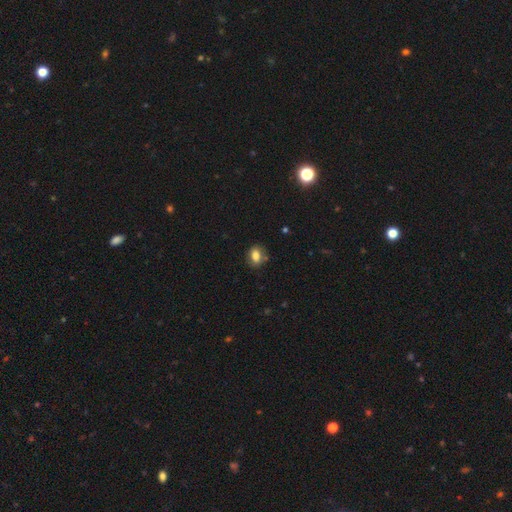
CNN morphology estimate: Smooth or featured? Predicted: smooth (p=0.78). How rounded? Predicted: in between (p=0.71). Merging? Predicted: none (p=0.74).